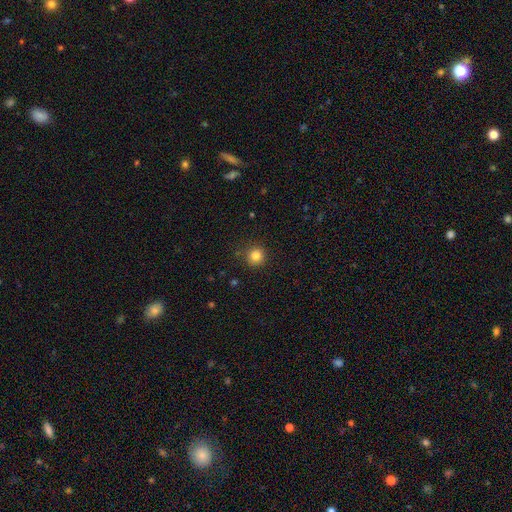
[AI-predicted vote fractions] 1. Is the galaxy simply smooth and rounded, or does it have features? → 83% smooth, 12% star or artifact, 5% featured or disk.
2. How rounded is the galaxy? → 94% round, 5% in between, 1% cigar-shaped.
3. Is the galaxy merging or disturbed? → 88% none, 8% minor disturbance, 2% major disturbance, 1% merger.